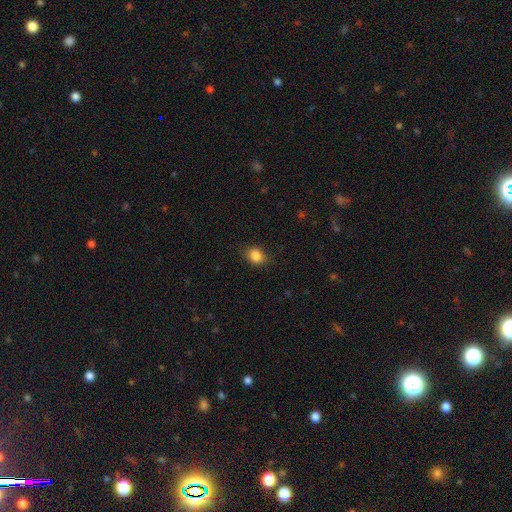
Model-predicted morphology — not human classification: Smooth or featured? smooth (85%)
How rounded? round (60%)
Merging? none (83%)